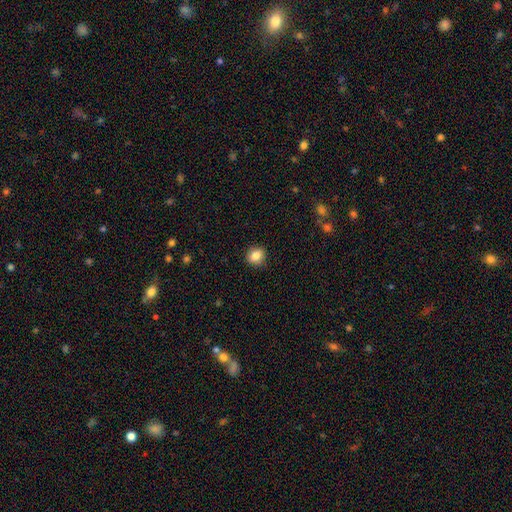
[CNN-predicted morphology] smooth_or_featured: smooth (p=0.83) [alt: star or artifact p=0.10]
how_rounded: round (p=0.75) [alt: in between p=0.23]
merging: none (p=0.88) [alt: minor disturbance p=0.09]